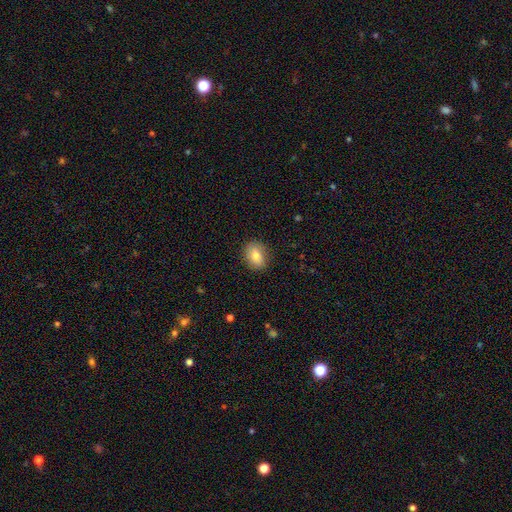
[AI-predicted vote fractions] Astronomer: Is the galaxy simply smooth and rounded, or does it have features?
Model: smooth — 77%.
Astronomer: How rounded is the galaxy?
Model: in between — 68%.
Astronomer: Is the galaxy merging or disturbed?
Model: none — 84%.